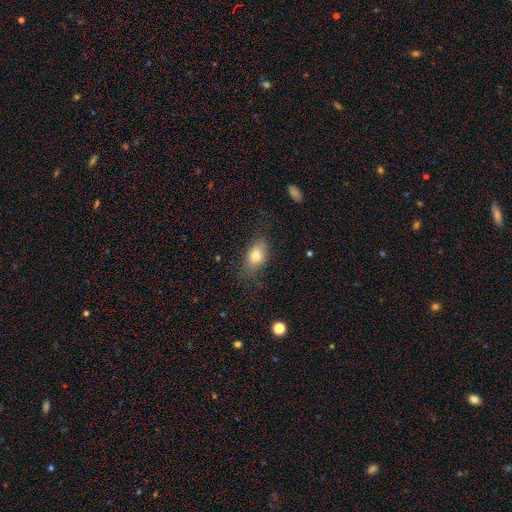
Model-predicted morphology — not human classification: Smooth or featured? smooth (75%)
How rounded? in between (83%)
Merging? none (73%)